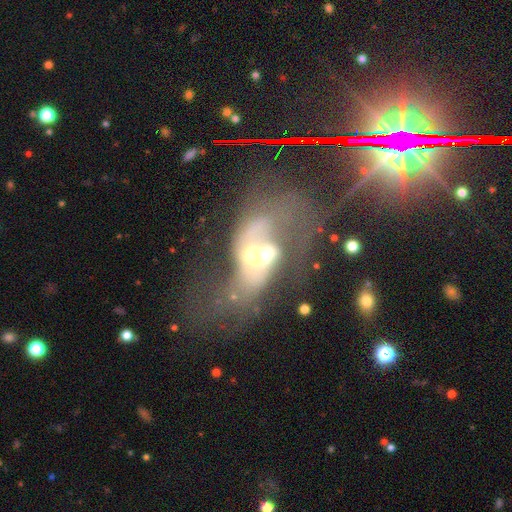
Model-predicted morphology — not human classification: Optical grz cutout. It shows a featured or disk galaxy (66%) with no bar (70%), no spiral arms (50%, tied with yes) and a moderate central bulge (59%). Merging: merger (69%).